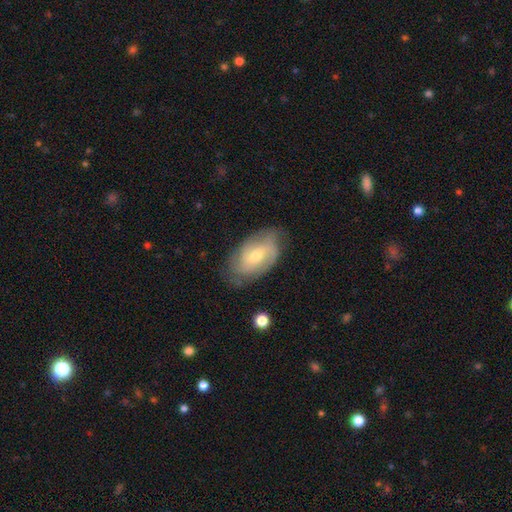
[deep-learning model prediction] smooth_or_featured: featured or disk (p=0.72) [alt: smooth p=0.22]
disk_edge_on: no (p=0.95) [alt: yes p=0.05]
bar: no (p=0.51) [alt: weak p=0.40]
has_spiral_arms: yes (p=0.90) [alt: no p=0.10]
spiral_winding: tight (p=0.44) [alt: medium p=0.40]
spiral_arm_count: 2 (p=0.45) [alt: can't tell p=0.28]
bulge_size: small (p=0.51) [alt: moderate p=0.45]
merging: none (p=0.72) [alt: minor disturbance p=0.21]